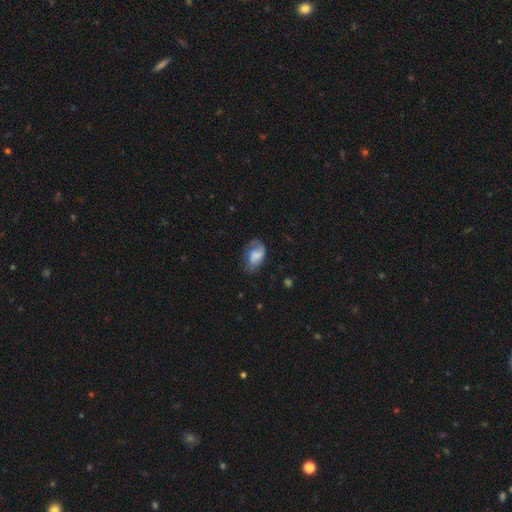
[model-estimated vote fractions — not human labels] Overall: smooth (51%; featured or disk 40%). How rounded: in between (86%). Merging: none (45%; minor disturbance 30%).